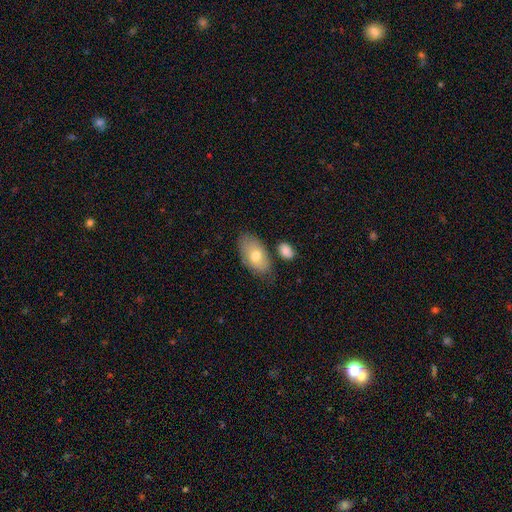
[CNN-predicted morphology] Q: Smooth or featured?
A: smooth (72%); runner-up: featured or disk (22%)
Q: How rounded?
A: in between (93%); runner-up: round (5%)
Q: Merging?
A: none (70%); runner-up: minor disturbance (17%)